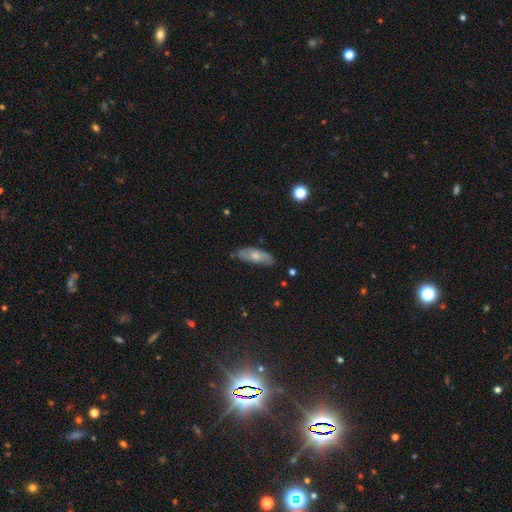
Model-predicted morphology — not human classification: This is possibly a smooth galaxy (54%). How rounded: likely in between (73%). Merging: likely none (77%).